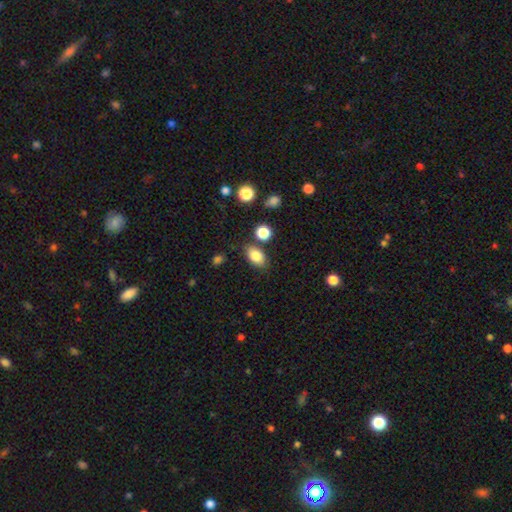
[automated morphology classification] smooth-or-featured: smooth: 83% | star or artifact: 9% | featured or disk: 8%
  how-rounded: in between: 85% | round: 14% | cigar-shaped: 2%
  merging: none: 78% | minor disturbance: 13% | merger: 6% | major disturbance: 3%